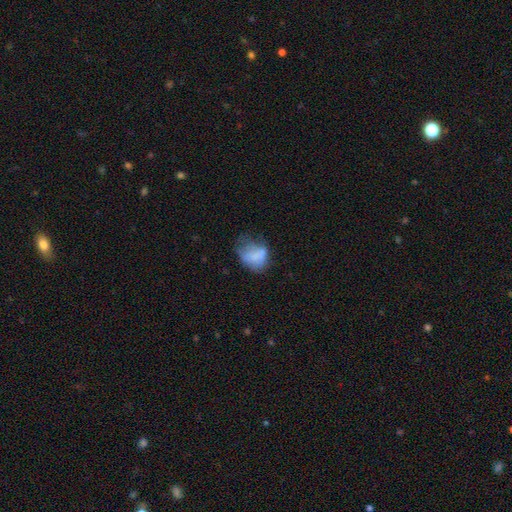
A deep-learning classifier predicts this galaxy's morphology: Overall: smooth (64%; featured or disk 26%). How rounded: in between (57%; round 41%). Merging: none (32%, tied with major disturbance).